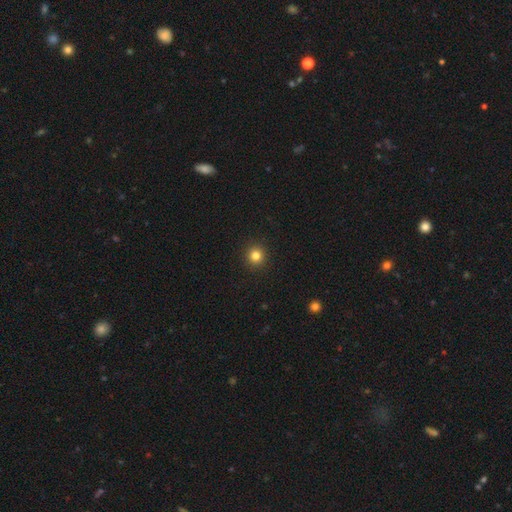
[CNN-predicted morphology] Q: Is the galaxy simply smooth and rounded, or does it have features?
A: smooth — 82%.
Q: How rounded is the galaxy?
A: round — 94%.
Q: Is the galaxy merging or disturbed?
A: none — 93%.